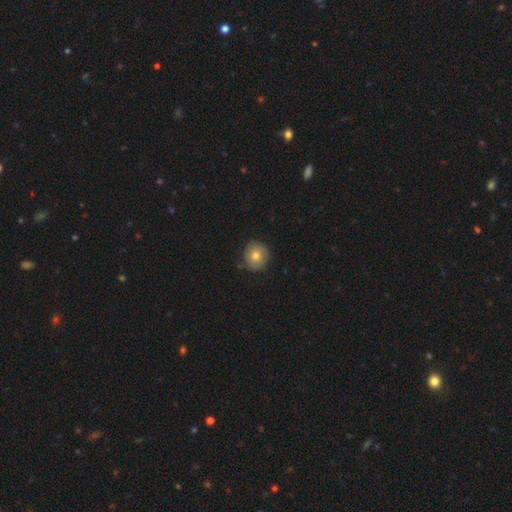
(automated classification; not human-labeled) smooth_or_featured: smooth (p=0.73) [alt: featured or disk p=0.18]
how_rounded: round (p=0.85) [alt: in between p=0.14]
merging: none (p=0.76) [alt: minor disturbance p=0.19]